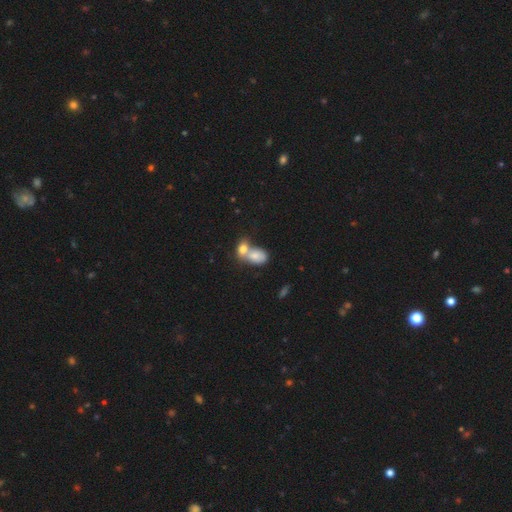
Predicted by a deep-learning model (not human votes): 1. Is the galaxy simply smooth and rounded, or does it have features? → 75% smooth, 16% featured or disk, 9% star or artifact.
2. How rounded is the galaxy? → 80% in between, 18% round, 2% cigar-shaped.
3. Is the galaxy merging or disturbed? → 68% merger, 20% none, 8% minor disturbance, 4% major disturbance.